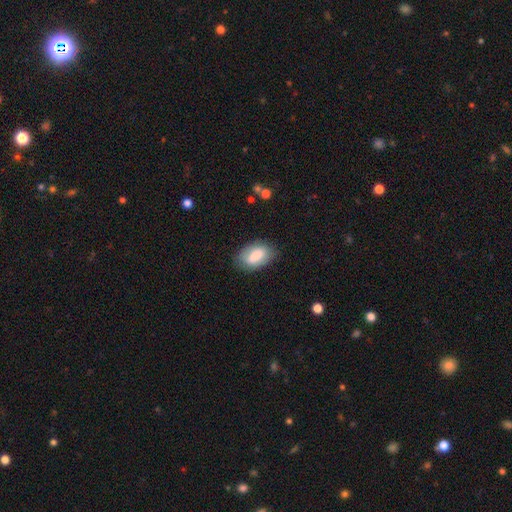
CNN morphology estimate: A smooth galaxy with no disk features (80%) that is in between round and cigar-shaped (92%). Merging: none (78%).